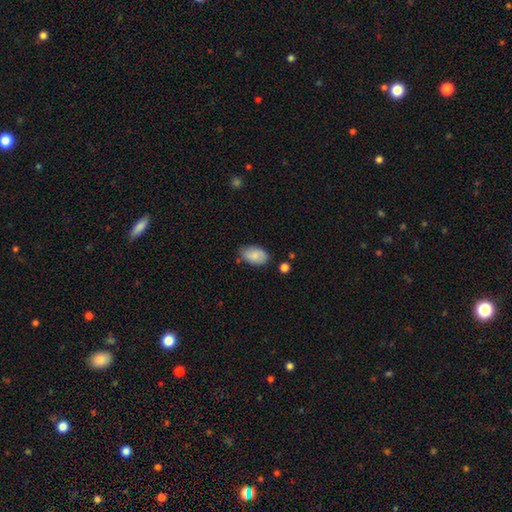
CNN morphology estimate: A smooth galaxy with no disk features (82%) that is in between round and cigar-shaped (92%).

Vote fractions:
- Smooth or featured? smooth: 82% / featured or disk: 12% / star or artifact: 7%
- How rounded? in between: 92% / round: 6% / cigar-shaped: 1%
- Merging? none: 73% / minor disturbance: 20% / major disturbance: 4% / merger: 3%